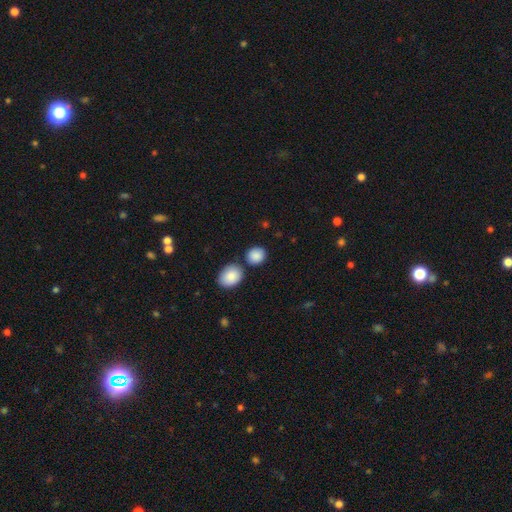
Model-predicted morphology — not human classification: Smooth or featured? Predicted: smooth (p=0.88). How rounded? Predicted: round (p=0.73). Merging? Predicted: none (p=0.72).